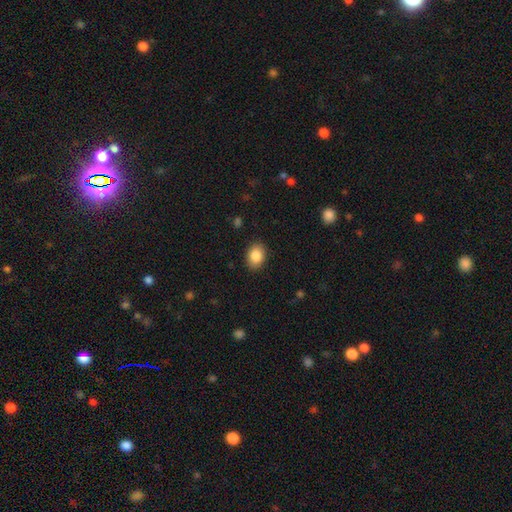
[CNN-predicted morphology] Q: Smooth or featured?
A: smooth (87%); runner-up: star or artifact (8%)
Q: How rounded?
A: in between (71%); runner-up: round (28%)
Q: Merging?
A: none (89%); runner-up: minor disturbance (8%)